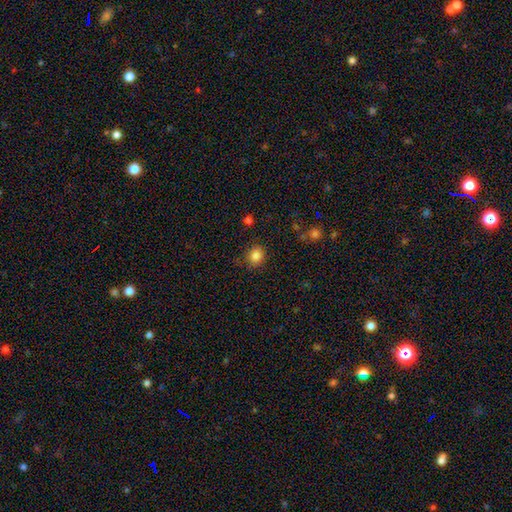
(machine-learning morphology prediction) smooth-or-featured: smooth: 85% | star or artifact: 11% | featured or disk: 5%
  how-rounded: round: 73% | in between: 27% | cigar-shaped: 1%
  merging: none: 83% | minor disturbance: 12% | major disturbance: 4% | merger: 2%